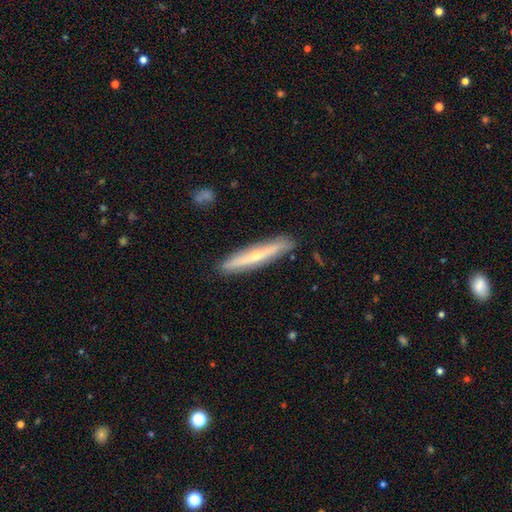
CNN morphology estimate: Smooth or featured: featured or disk — 60% (smooth — 34%)
Edge-on disk: yes — 87% (no — 13%)
Edge-on bulge: rounded — 79% (none — 19%)
Merging: none — 88% (minor disturbance — 9%)